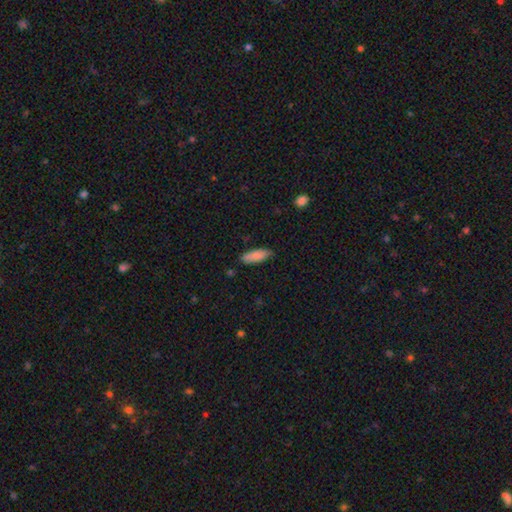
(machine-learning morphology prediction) This appears to be a smooth galaxy with no disk features (86%) that is in between round and cigar-shaped (58%). Merging: none (79%).